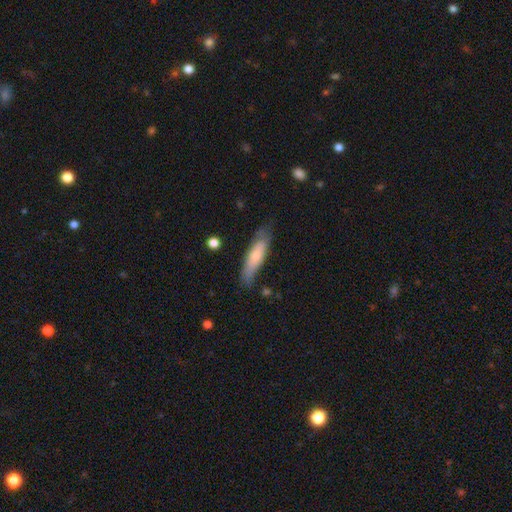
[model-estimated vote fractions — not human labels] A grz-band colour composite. It shows a smooth galaxy with no disk features (65%) that is cigar-shaped (61%). Merging: none (67%).